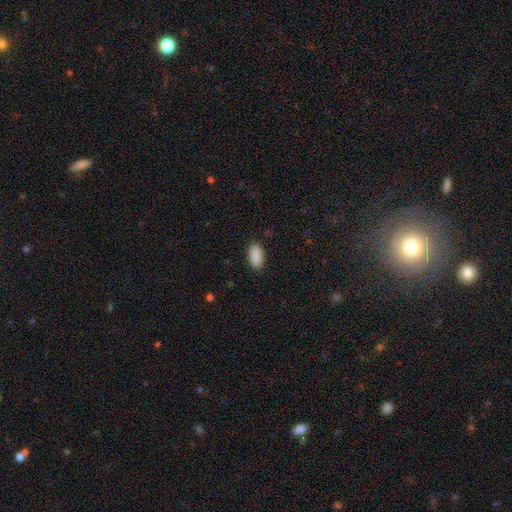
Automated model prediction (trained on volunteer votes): smooth 90%, star or artifact 7%, featured or disk 3%. Down the decision tree: how rounded — in between (92%); merging — none (88%).